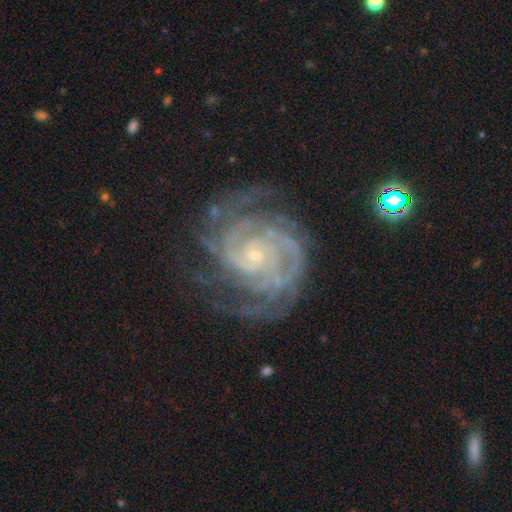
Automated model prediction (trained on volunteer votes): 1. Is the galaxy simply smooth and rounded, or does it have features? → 91% featured or disk, 6% star or artifact, 3% smooth.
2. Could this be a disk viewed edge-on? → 98% no, 2% yes.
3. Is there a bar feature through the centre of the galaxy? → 69% no, 23% weak, 8% strong.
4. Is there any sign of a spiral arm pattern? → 98% yes, 2% no.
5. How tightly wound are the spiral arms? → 75% tight, 22% medium, 3% loose.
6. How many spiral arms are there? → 30% 2, 22% 3, 16% can't tell, 16% 4, 9% more than 4, 7% 1.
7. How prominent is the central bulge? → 82% small, 13% moderate, 3% none, 1% large, 1% dominant.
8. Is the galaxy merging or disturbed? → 72% none, 18% minor disturbance, 9% major disturbance, 1% merger.